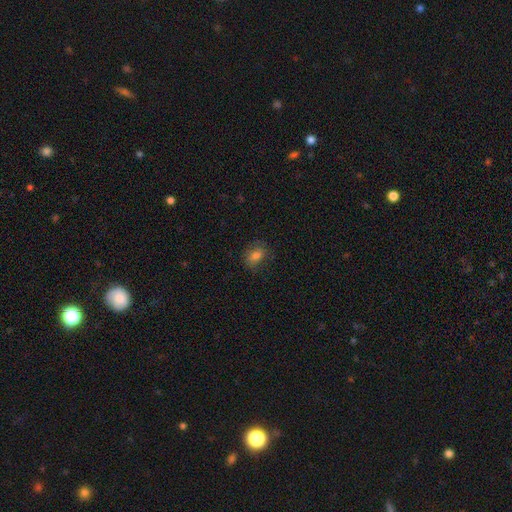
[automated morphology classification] smooth-or-featured: smooth: 77% | featured or disk: 11% | star or artifact: 11%
  how-rounded: in between: 66% | round: 32% | cigar-shaped: 2%
  merging: none: 75% | minor disturbance: 19% | major disturbance: 6% | merger: 1%